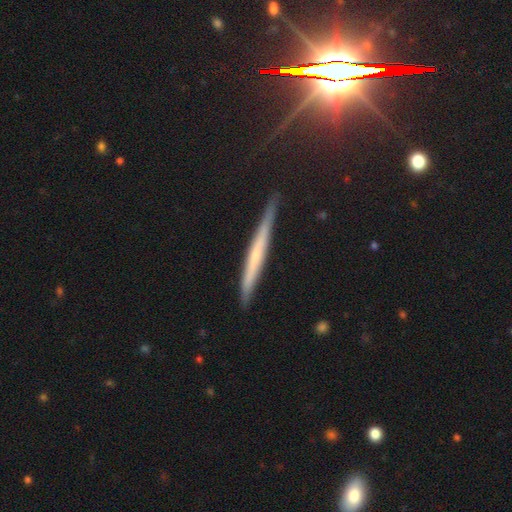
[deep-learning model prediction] smooth_or_featured: featured or disk (p=0.55) [alt: smooth p=0.36]
disk_edge_on: yes (p=0.96) [alt: no p=0.04]
edge_on_bulge: none (p=0.70) [alt: rounded p=0.22]
merging: none (p=0.86) [alt: minor disturbance p=0.11]